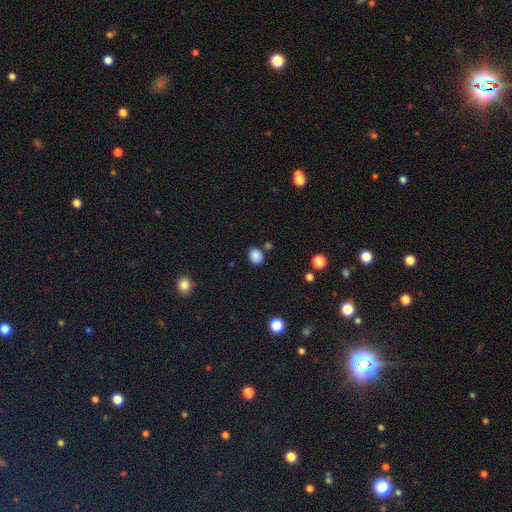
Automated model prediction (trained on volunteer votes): smooth_or_featured: smooth (p=0.85) [alt: star or artifact p=0.11]
how_rounded: round (p=0.55) [alt: in between p=0.44]
merging: none (p=0.79) [alt: minor disturbance p=0.12]